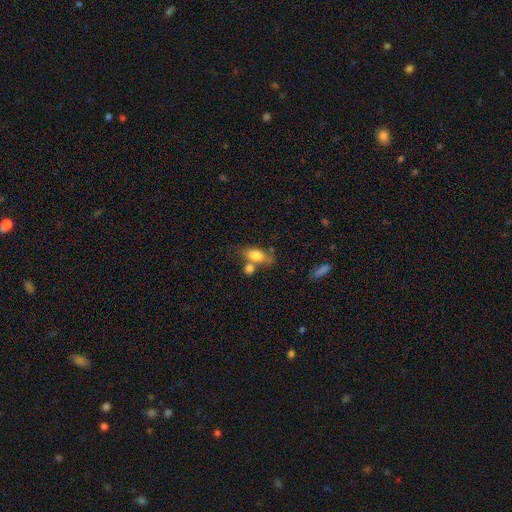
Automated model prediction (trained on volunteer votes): Overall: smooth (77%). How rounded: in between (80%). Merging: none (41%; merger 35%).